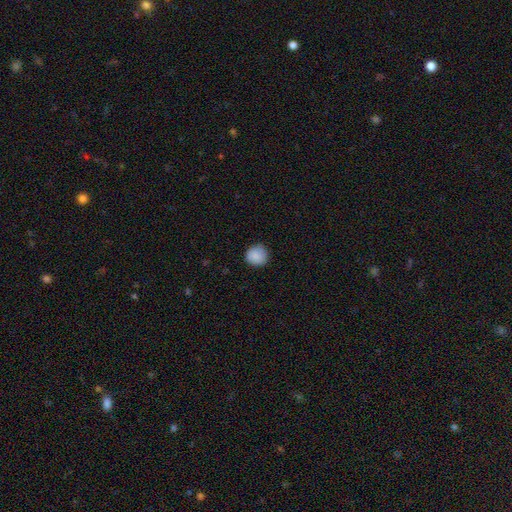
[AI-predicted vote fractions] smooth_or_featured: smooth (p=0.89) [alt: star or artifact p=0.08]
how_rounded: round (p=0.91) [alt: in between p=0.08]
merging: none (p=0.84) [alt: minor disturbance p=0.12]